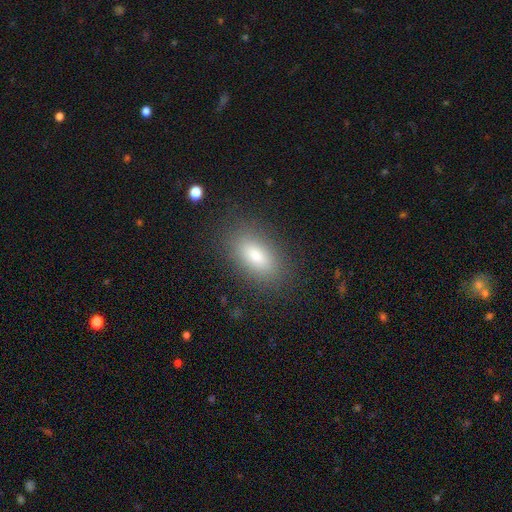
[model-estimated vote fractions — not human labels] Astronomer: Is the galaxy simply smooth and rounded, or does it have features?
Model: smooth — 80%.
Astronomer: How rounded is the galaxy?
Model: in between — 87%.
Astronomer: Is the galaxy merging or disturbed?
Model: none — 85%.